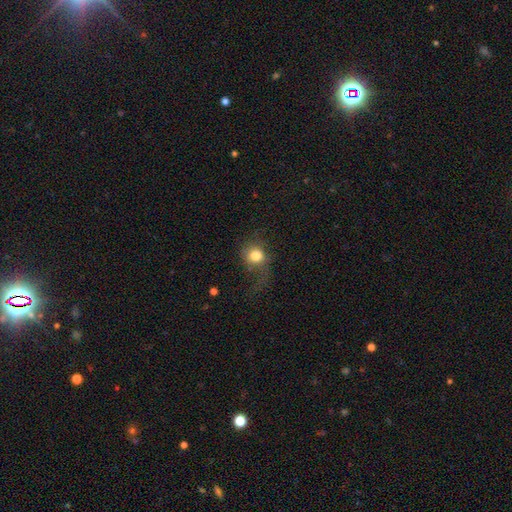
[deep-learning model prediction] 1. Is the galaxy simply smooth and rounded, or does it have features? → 74% smooth, 16% featured or disk, 10% star or artifact.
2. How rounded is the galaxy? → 78% round, 21% in between, 1% cigar-shaped.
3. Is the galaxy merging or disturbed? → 38% none (tied), 38% major disturbance (tied), 21% minor disturbance, 3% merger.